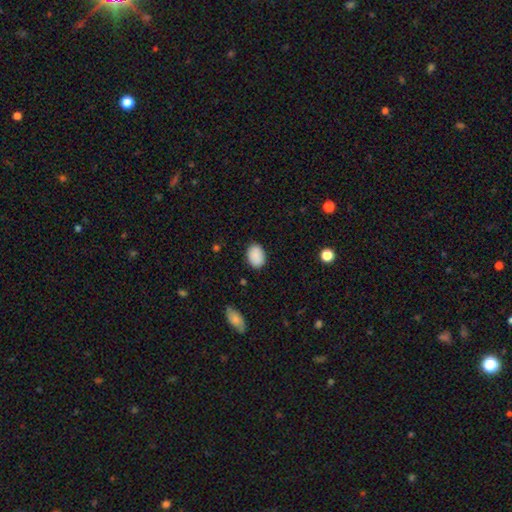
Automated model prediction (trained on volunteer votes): A smooth galaxy with no disk features (90%) that is in between round and cigar-shaped (79%). Merging: none (85%).